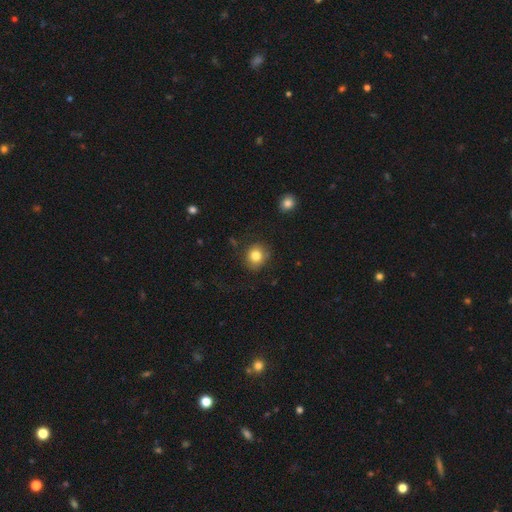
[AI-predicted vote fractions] Smooth or featured? smooth (82%)
How rounded? round (78%)
Merging? none (80%)